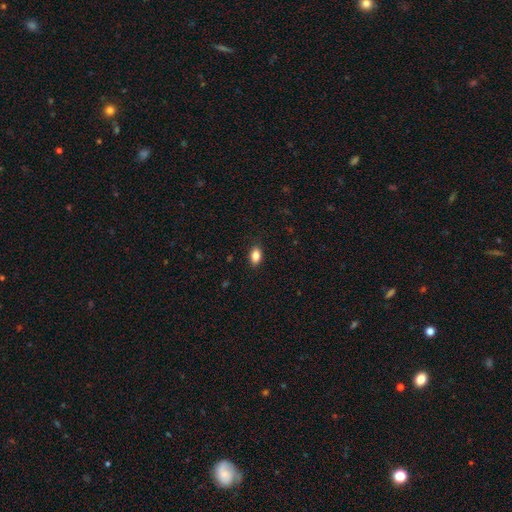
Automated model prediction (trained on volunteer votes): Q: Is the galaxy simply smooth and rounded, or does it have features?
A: smooth — 86%.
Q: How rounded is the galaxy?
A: in between — 87%.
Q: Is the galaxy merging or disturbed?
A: none — 88%.